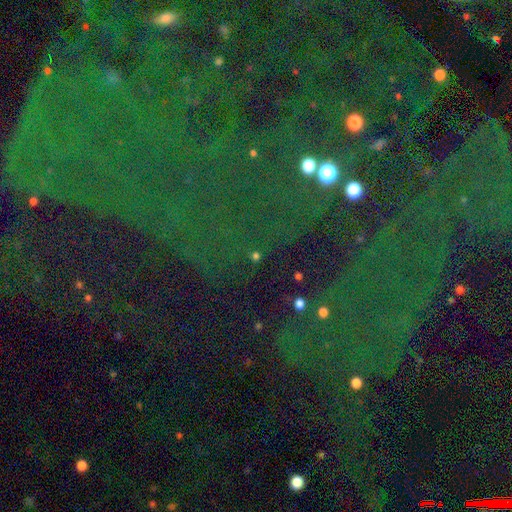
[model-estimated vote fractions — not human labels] smooth_or_featured: star or artifact (p=0.68) [alt: smooth p=0.21]